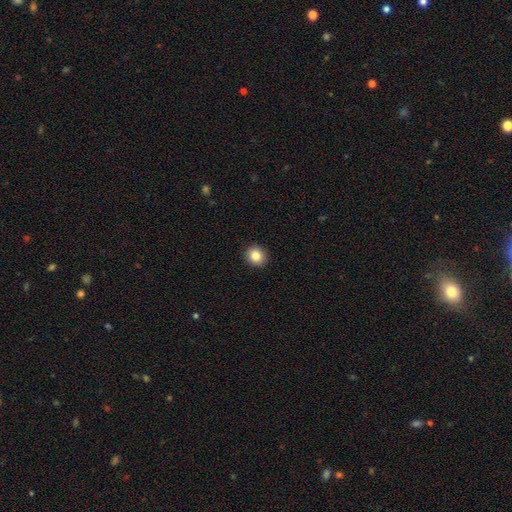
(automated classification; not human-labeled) Smooth or featured? Predicted: smooth (p=0.85). How rounded? Predicted: round (p=0.81). Merging? Predicted: none (p=0.92).